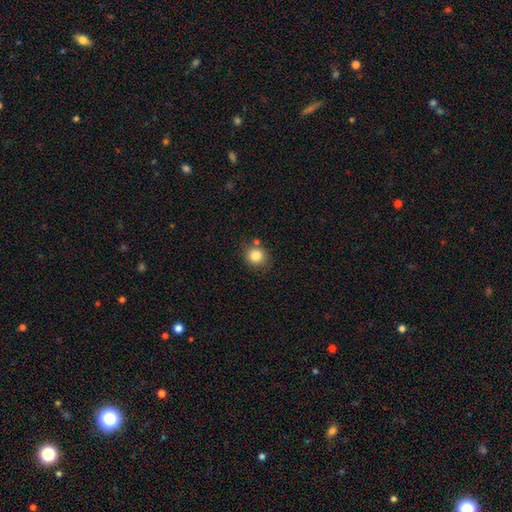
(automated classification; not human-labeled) smooth-or-featured: smooth: 83% | star or artifact: 11% | featured or disk: 6%
  how-rounded: round: 88% | in between: 11% | cigar-shaped: 1%
  merging: none: 77% | minor disturbance: 11% | merger: 9% | major disturbance: 3%